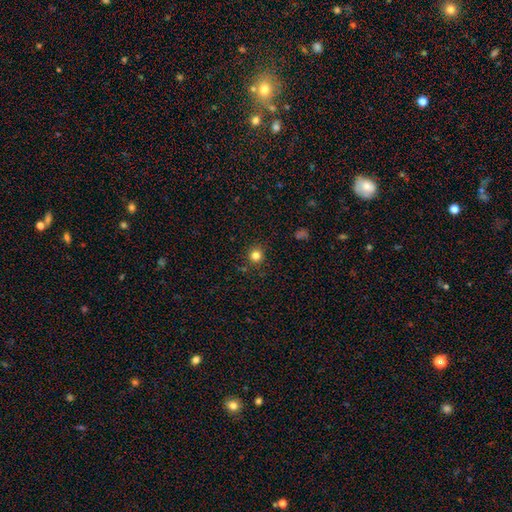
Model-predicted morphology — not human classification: This is clearly a smooth galaxy (81%). How rounded: clearly round (93%). Merging: clearly none (89%).